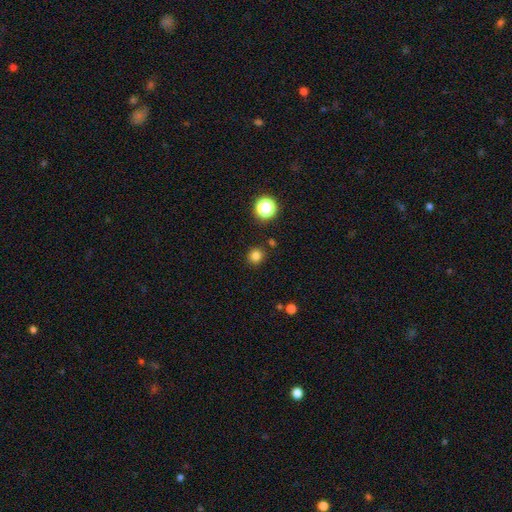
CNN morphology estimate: A smooth galaxy with no disk features (81%) that is round (90%).

Vote fractions:
- Smooth or featured? smooth: 81% / star or artifact: 15% / featured or disk: 4%
- How rounded? round: 90% / in between: 9% / cigar-shaped: 1%
- Merging? none: 87% / minor disturbance: 7% / merger: 3% / major disturbance: 2%